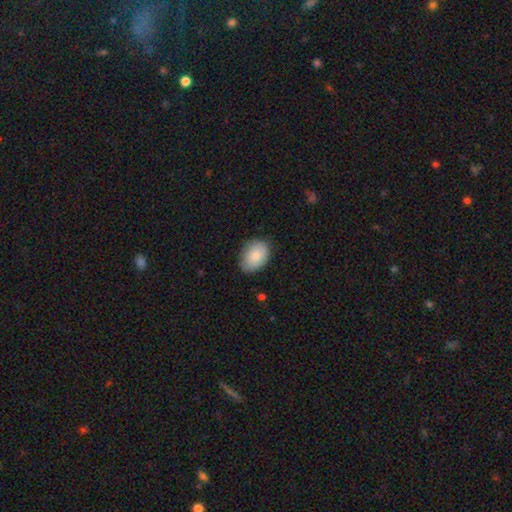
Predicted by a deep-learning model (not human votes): The model was most divided on "how rounded": in between: 75%, round: 24%, cigar-shaped: 1%. More confident: smooth or featured — smooth (82%); merging — none (78%).